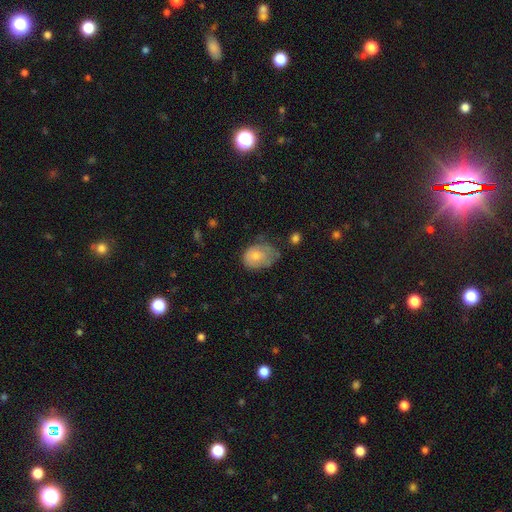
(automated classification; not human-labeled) Q: Smooth or featured?
A: smooth (71%); runner-up: featured or disk (22%)
Q: How rounded?
A: in between (69%); runner-up: round (30%)
Q: Merging?
A: minor disturbance (41%); runner-up: none (32%)